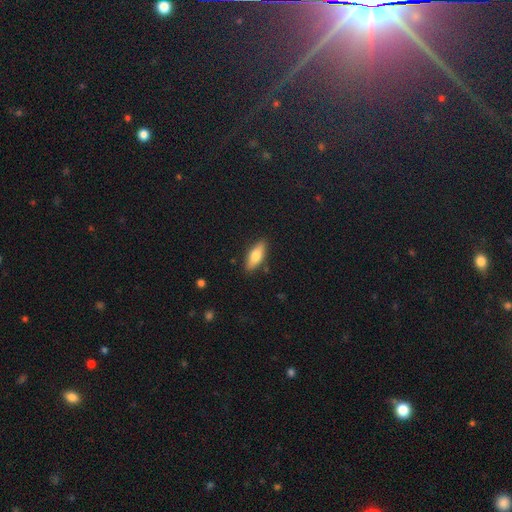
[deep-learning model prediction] Smooth or featured? smooth (71%)
How rounded? in between (68%)
Merging? none (86%)